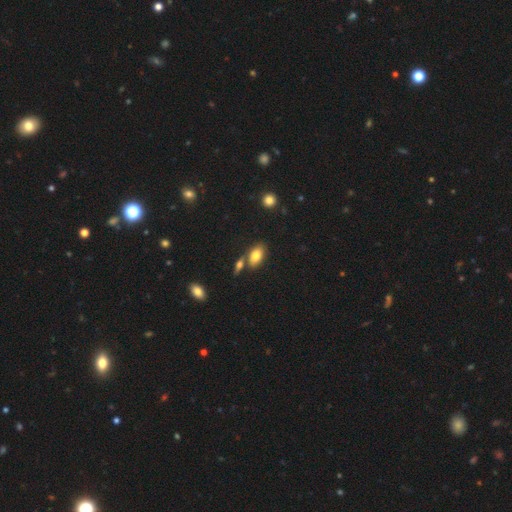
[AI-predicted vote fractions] Overall: smooth (78%). How rounded: in between (90%). Merging: none (61%; merger 23%).